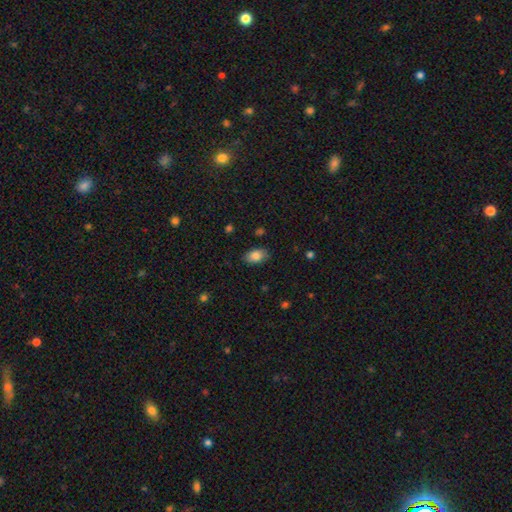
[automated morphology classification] This is clearly a smooth galaxy (83%). How rounded: clearly in between (88%). Merging: clearly none (80%).